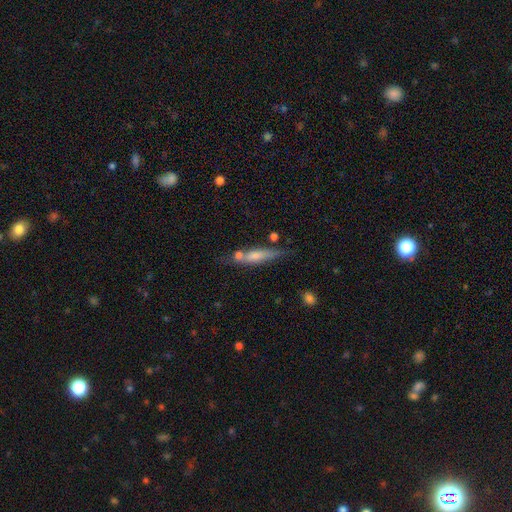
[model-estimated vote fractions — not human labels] The model was most divided on "smooth or featured": smooth: 59%, featured or disk: 34%, star or artifact: 7%. More confident: how rounded — cigar-shaped (77%); merging — none (55%).